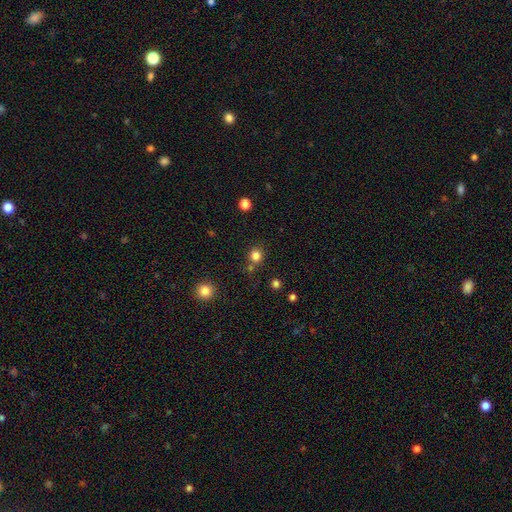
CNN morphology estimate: Smooth or featured?
  - smooth: 81% *
  - star or artifact: 14%
  - featured or disk: 5%
How rounded?
  - round: 89% *
  - in between: 10%
  - cigar-shaped: 1%
Merging?
  - none: 76% *
  - merger: 12%
  - minor disturbance: 9%
  - major disturbance: 3%